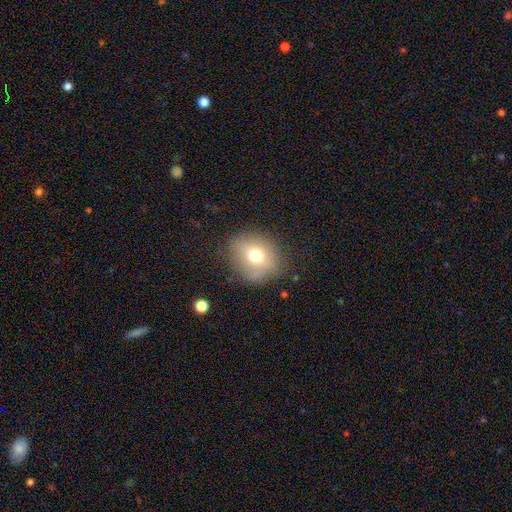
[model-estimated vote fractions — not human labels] This is likely a smooth galaxy (68%). How rounded: likely round (74%). Merging: likely none (78%).